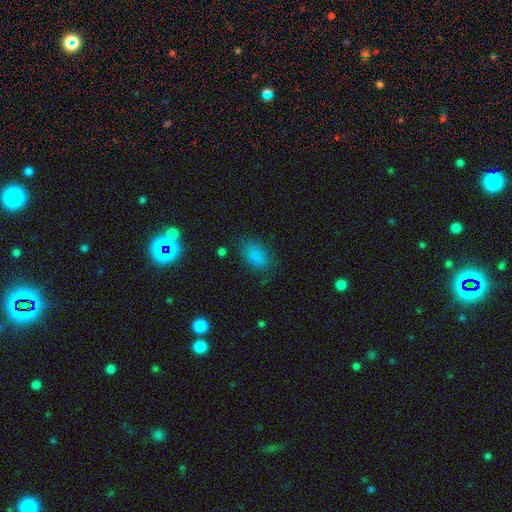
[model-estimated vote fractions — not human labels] Smooth or featured?
  - smooth: 82% *
  - star or artifact: 13%
  - featured or disk: 5%
How rounded?
  - in between: 90% *
  - round: 8%
  - cigar-shaped: 2%
Merging?
  - none: 78% *
  - minor disturbance: 16%
  - major disturbance: 5%
  - merger: 2%